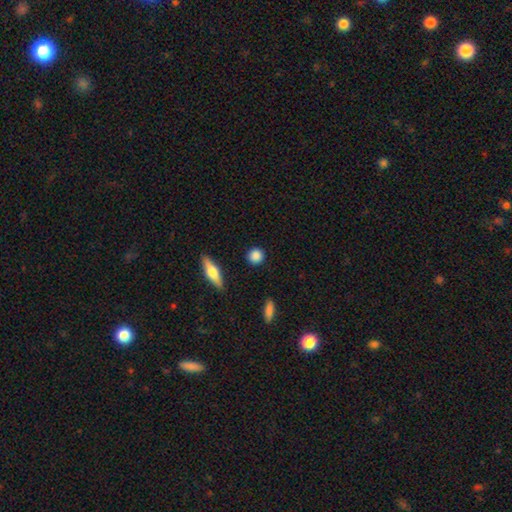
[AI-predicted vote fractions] Smooth or featured?
  - smooth: 86% *
  - star or artifact: 8%
  - featured or disk: 7%
How rounded?
  - round: 87% *
  - in between: 10%
  - cigar-shaped: 3%
Merging?
  - none: 88% *
  - minor disturbance: 8%
  - major disturbance: 2%
  - merger: 2%